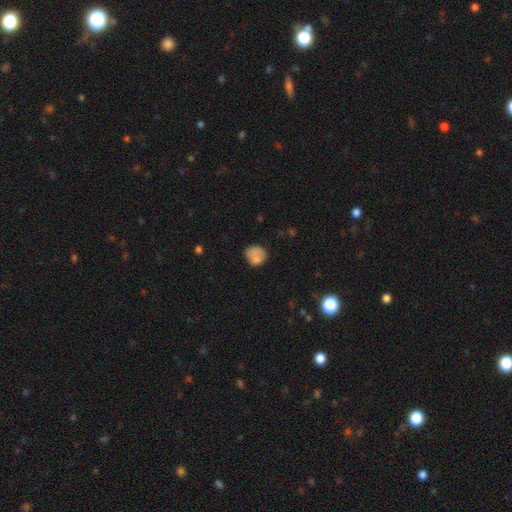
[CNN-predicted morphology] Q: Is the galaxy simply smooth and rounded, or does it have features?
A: smooth — 75%.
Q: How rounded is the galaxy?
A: round — 75%.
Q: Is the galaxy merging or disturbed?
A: none — 53%.